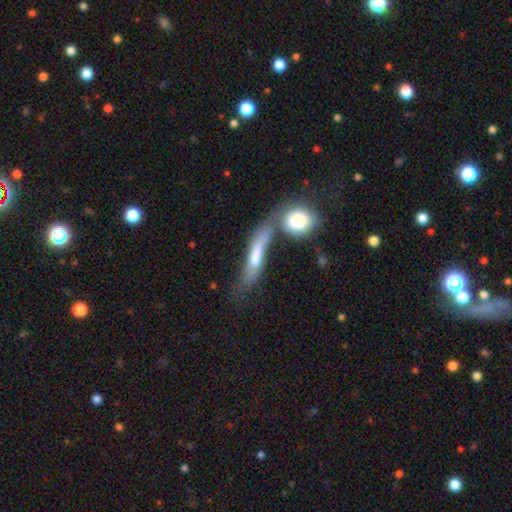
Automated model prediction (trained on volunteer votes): A smooth galaxy with no disk features (57%) that is cigar-shaped (65%).

Vote fractions:
- Smooth or featured? smooth: 57% / featured or disk: 35% / star or artifact: 8%
- How rounded? cigar-shaped: 65% / in between: 28% / round: 7%
- Merging? merger: 42% / none: 32% / minor disturbance: 14% / major disturbance: 13%